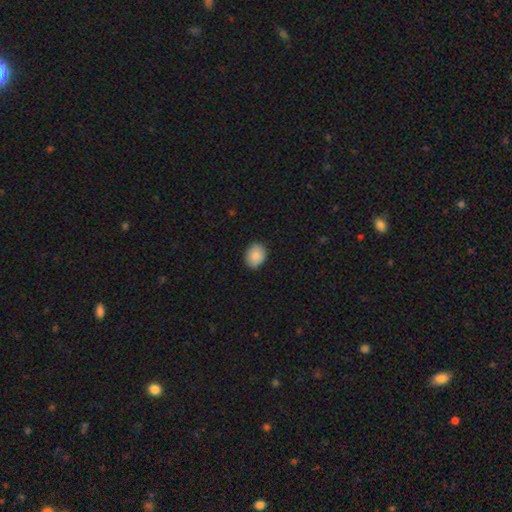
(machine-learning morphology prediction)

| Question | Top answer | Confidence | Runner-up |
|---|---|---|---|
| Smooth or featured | smooth | 88% | star or artifact (7%) |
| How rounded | round | 51% | in between (48%) |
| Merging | none | 86% | minor disturbance (11%) |